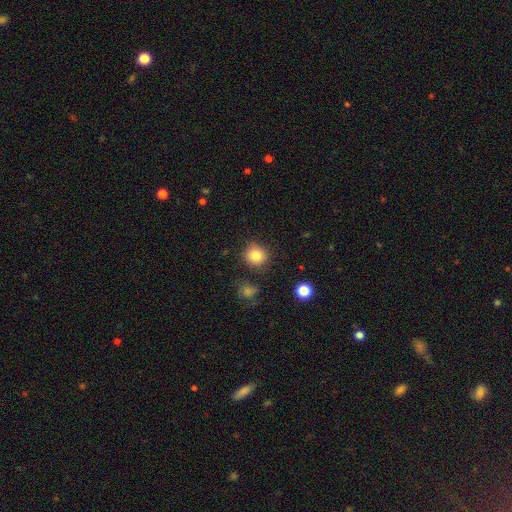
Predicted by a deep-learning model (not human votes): Smooth or featured? Predicted: smooth (p=0.83). How rounded? Predicted: round (p=0.88). Merging? Predicted: none (p=0.84).